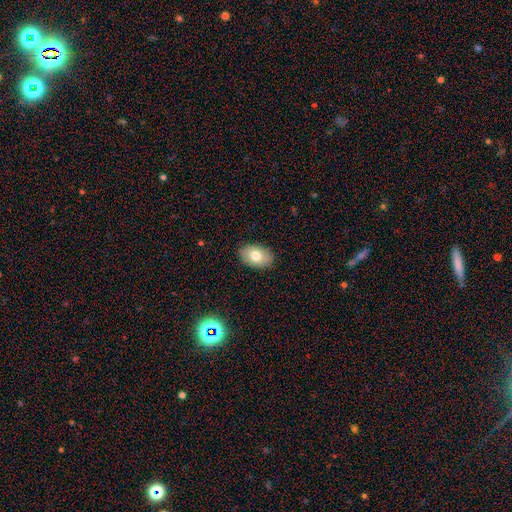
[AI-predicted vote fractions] Overall: smooth (76%). How rounded: in between (90%). Merging: none (88%).